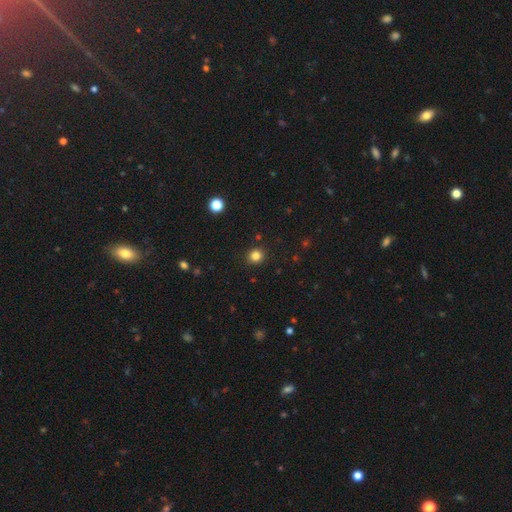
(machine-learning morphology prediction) smooth 82%, star or artifact 13%, featured or disk 4%. Down the decision tree: how rounded — round (89%); merging — none (91%).